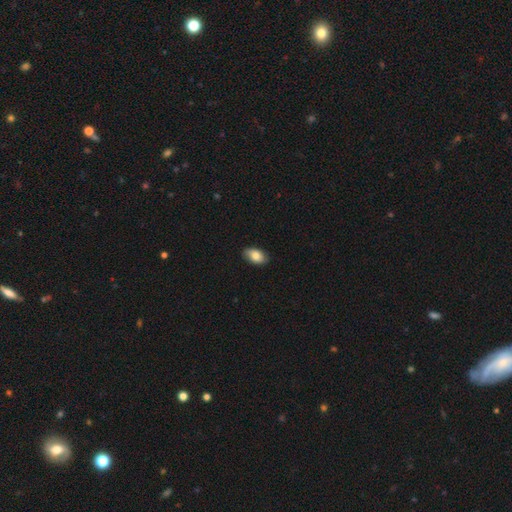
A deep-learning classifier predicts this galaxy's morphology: smooth_or_featured: smooth (p=0.81) [alt: featured or disk p=0.12]
how_rounded: in between (p=0.92) [alt: round p=0.06]
merging: none (p=0.85) [alt: minor disturbance p=0.12]